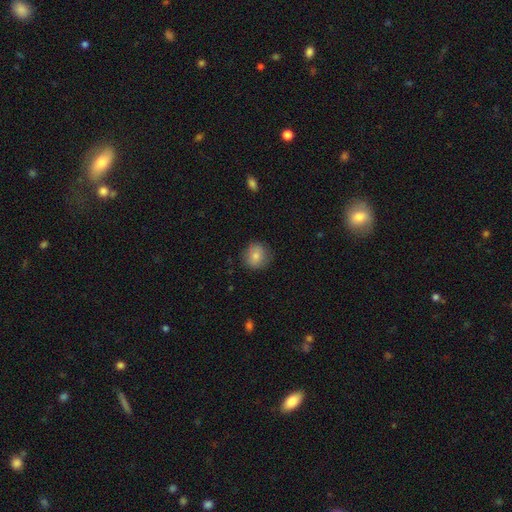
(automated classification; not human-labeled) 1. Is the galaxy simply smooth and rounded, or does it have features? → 80% smooth, 11% featured or disk, 9% star or artifact.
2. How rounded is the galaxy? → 83% round, 16% in between, 1% cigar-shaped.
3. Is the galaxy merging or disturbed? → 83% none, 13% minor disturbance, 3% major disturbance, 1% merger.